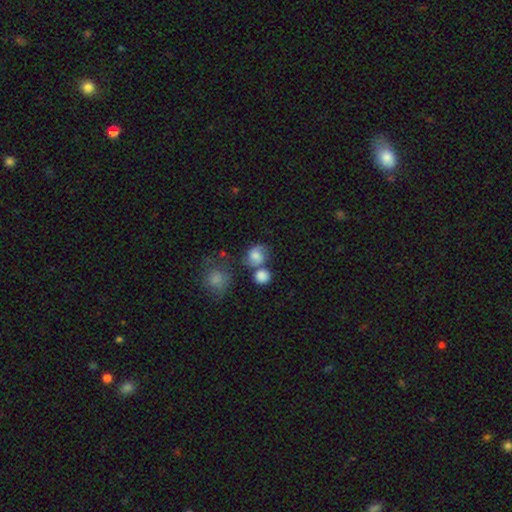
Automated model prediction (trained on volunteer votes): Overall: smooth (59%; featured or disk 29%). How rounded: round (65%; in between 34%). Merging: none (44%; merger 29%).